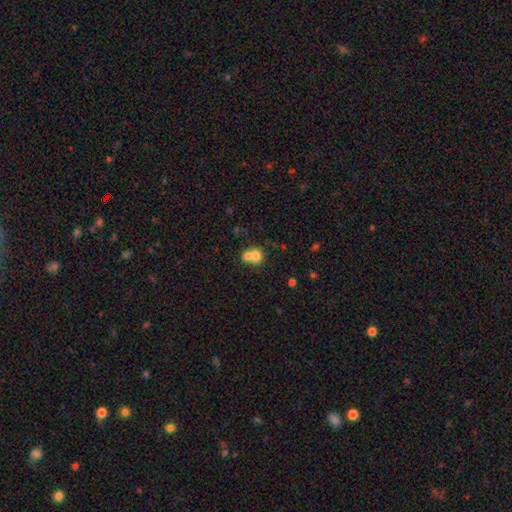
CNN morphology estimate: Smooth or featured? smooth (71%)
How rounded? round (71%)
Merging? merger (67%)